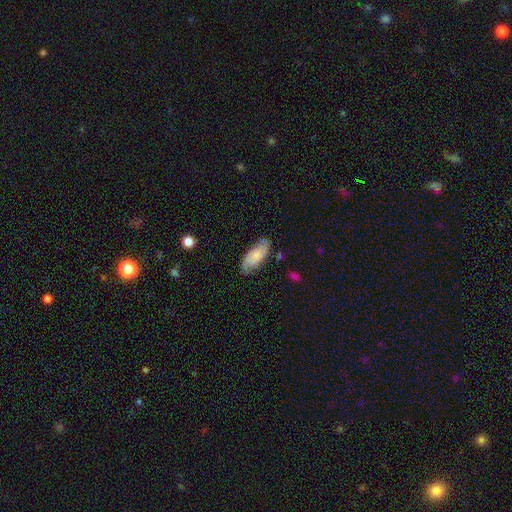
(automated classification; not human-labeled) Overall: smooth (57%; featured or disk 36%). How rounded: in between (83%). Merging: none (73%).